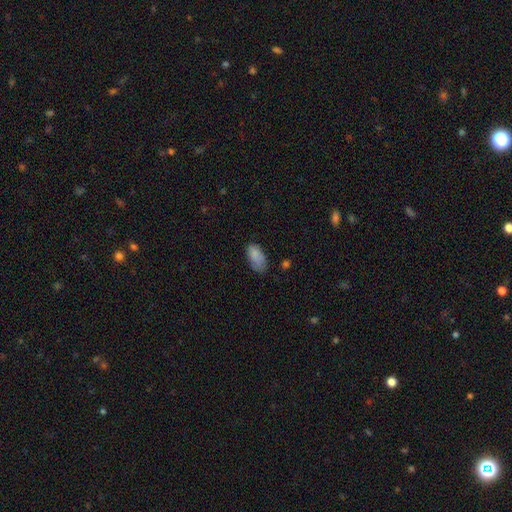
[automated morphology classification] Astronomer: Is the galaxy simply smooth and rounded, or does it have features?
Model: smooth — 85%.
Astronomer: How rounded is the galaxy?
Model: in between — 93%.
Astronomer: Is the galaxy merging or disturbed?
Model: none — 59%.